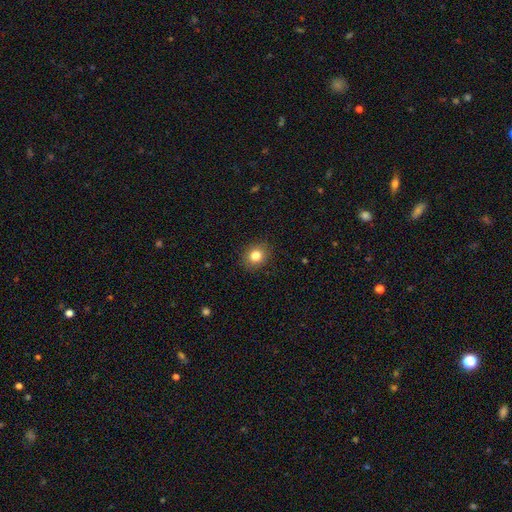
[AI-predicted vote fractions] This is clearly a smooth galaxy (82%). How rounded: likely round (69%). Merging: clearly none (88%).